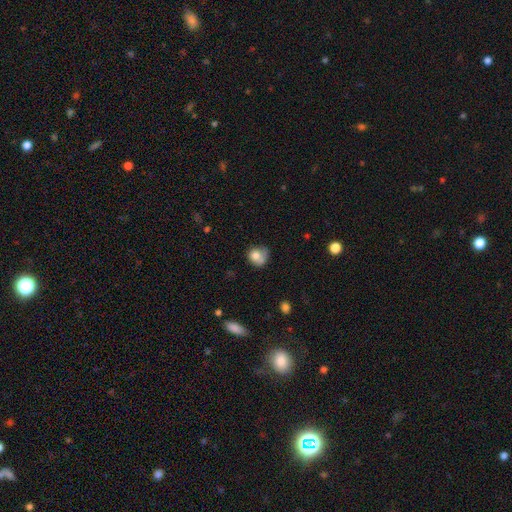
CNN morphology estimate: A smooth galaxy with no disk features (76%) that is round (76%).

Vote fractions:
- Smooth or featured? smooth: 76% / featured or disk: 14% / star or artifact: 10%
- How rounded? round: 76% / in between: 23% / cigar-shaped: 1%
- Merging? none: 47% / minor disturbance: 29% / major disturbance: 14% / merger: 10%